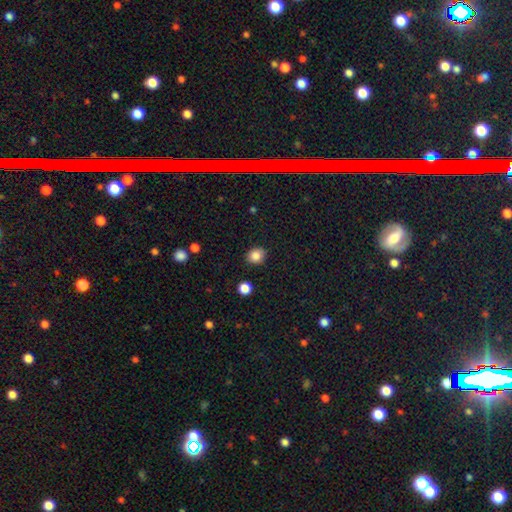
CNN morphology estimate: This is clearly a smooth galaxy (86%). How rounded: likely round (71%). Merging: clearly none (88%).